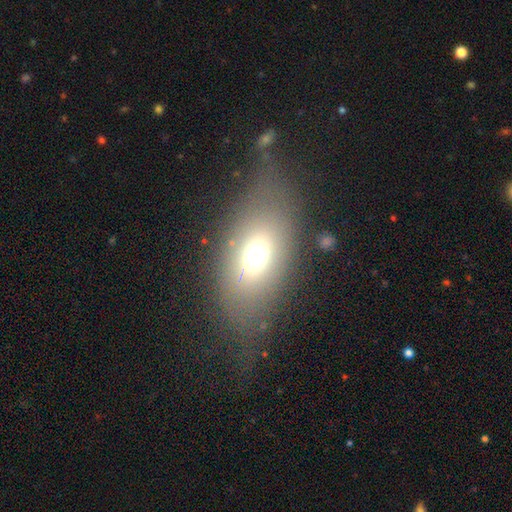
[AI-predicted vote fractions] smooth-or-featured: smooth: 65% | featured or disk: 21% | star or artifact: 14%
  how-rounded: in between: 80% | round: 14% | cigar-shaped: 5%
  merging: none: 63% | minor disturbance: 17% | major disturbance: 16% | merger: 4%